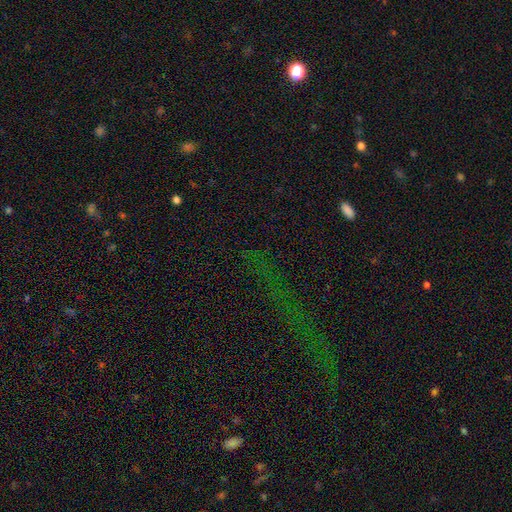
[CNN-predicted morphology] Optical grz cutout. It shows a star or artifact, not a galaxy (73%).